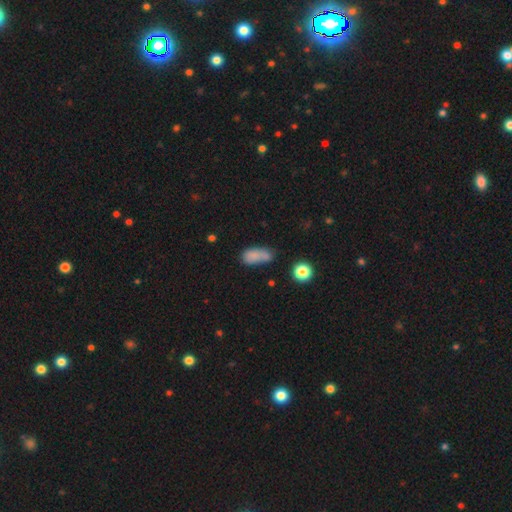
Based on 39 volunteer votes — Overall: smooth (77%). How rounded: in between (80%). Merging: none (43%; minor disturbance 20%).